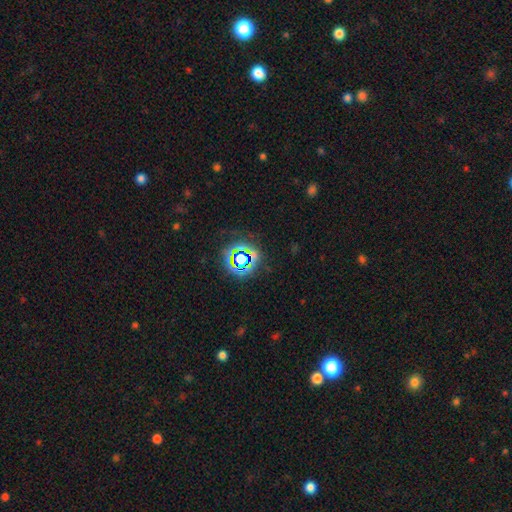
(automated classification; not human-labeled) Smooth or featured? Predicted: star or artifact (p=0.69).